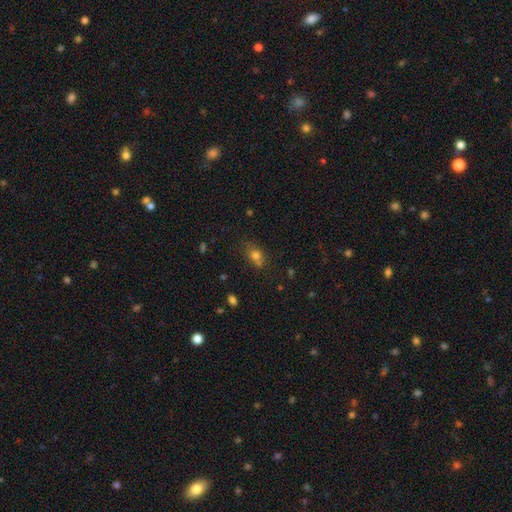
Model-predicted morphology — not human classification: Q: Smooth or featured?
A: smooth (72%); runner-up: star or artifact (16%)
Q: How rounded?
A: in between (49%); runner-up: round (48%)
Q: Merging?
A: none (53%); runner-up: merger (22%)